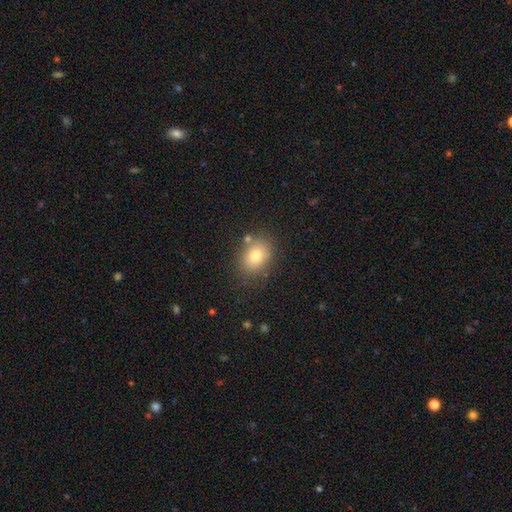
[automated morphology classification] A smooth galaxy with no disk features (77%) that is in between round and cigar-shaped (59%). Merging: none (80%).